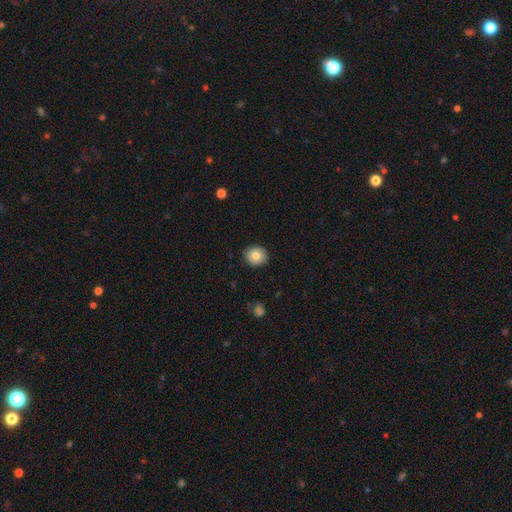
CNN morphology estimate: A smooth galaxy with no disk features (81%) that is round (82%). Merging: none (90%).